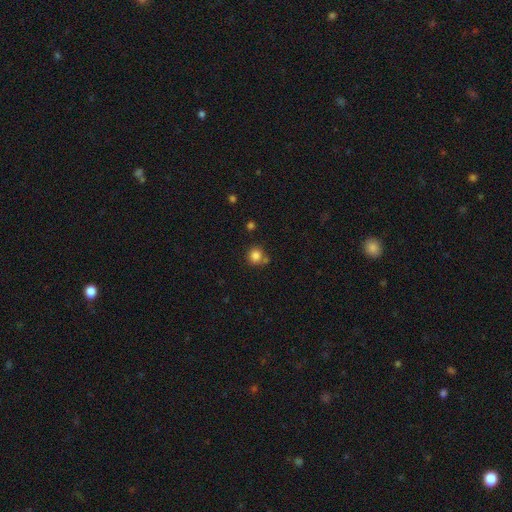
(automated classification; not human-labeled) Q: Smooth or featured?
A: smooth (84%); runner-up: star or artifact (12%)
Q: How rounded?
A: round (89%); runner-up: in between (10%)
Q: Merging?
A: none (70%); runner-up: merger (14%)